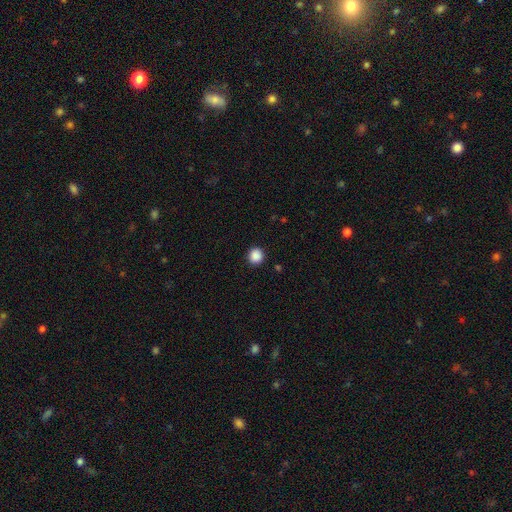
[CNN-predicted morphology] Q: Smooth or featured?
A: smooth (88%); runner-up: star or artifact (10%)
Q: How rounded?
A: round (91%); runner-up: in between (8%)
Q: Merging?
A: none (91%); runner-up: minor disturbance (6%)